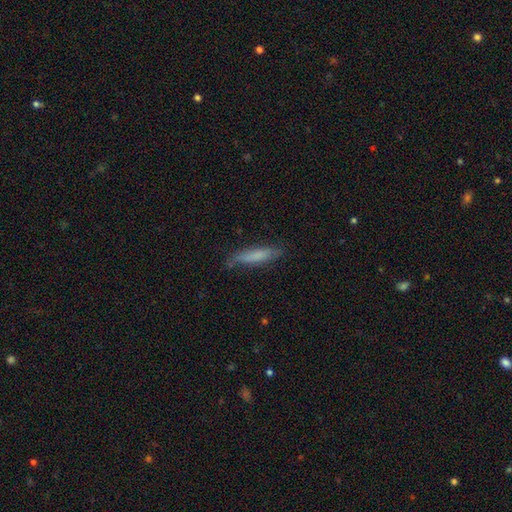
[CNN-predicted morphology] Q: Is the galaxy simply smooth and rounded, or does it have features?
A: smooth — 70%.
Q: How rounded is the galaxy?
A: cigar-shaped — 84%.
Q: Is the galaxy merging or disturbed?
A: none — 70%.